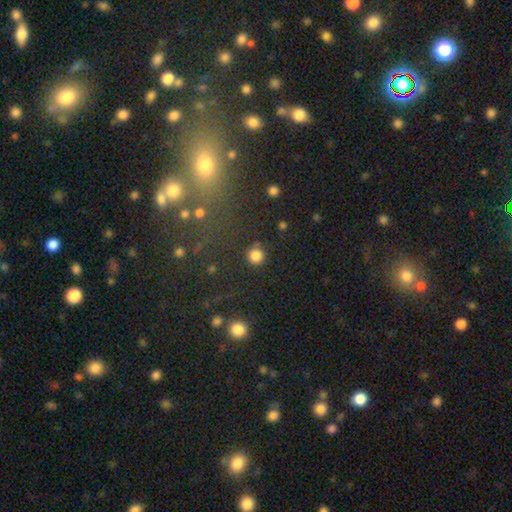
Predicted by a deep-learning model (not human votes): The model was most divided on "smooth or featured": smooth: 84%, star or artifact: 11%, featured or disk: 5%. More confident: how rounded — round (94%); merging — none (85%).